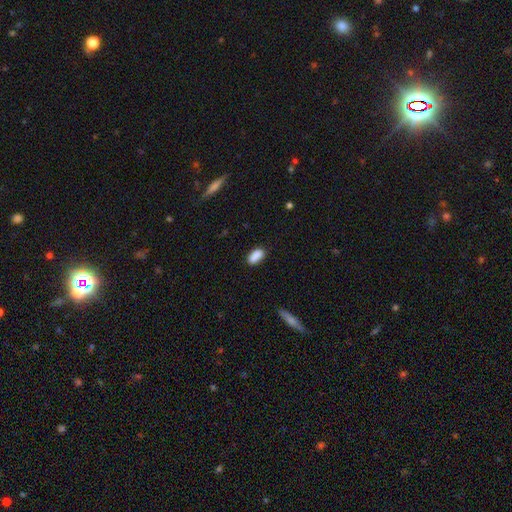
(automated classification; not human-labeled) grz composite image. It shows a smooth galaxy with no disk features (87%) that is in between round and cigar-shaped (87%). Merging: none (77%).